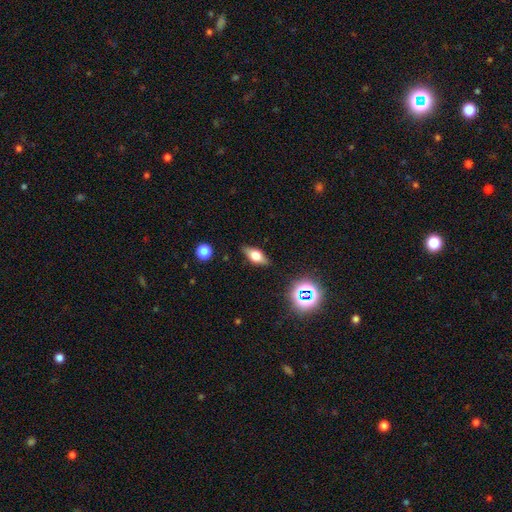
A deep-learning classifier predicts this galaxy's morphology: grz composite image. It shows a smooth galaxy with no disk features (52%) that is in between round and cigar-shaped (74%). Merging: none (85%).